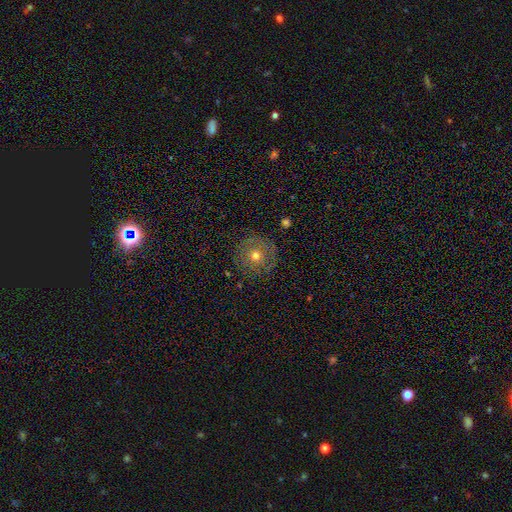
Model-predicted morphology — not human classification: smooth 52%, featured or disk 35%, star or artifact 13%. Down the decision tree: how rounded — round (94%); merging — none (83%).